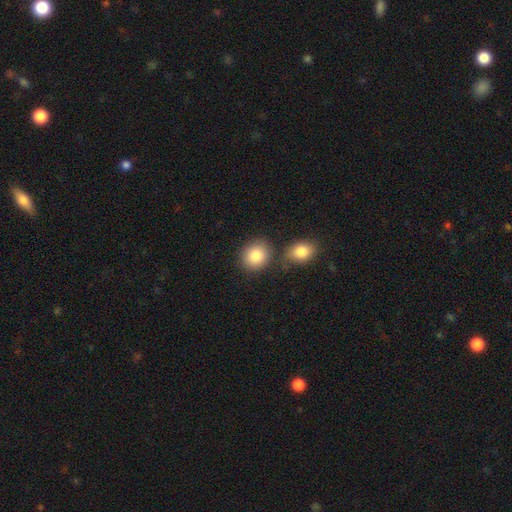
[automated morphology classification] type=smooth (87%); roundness=round (71%); merging=none (71%).